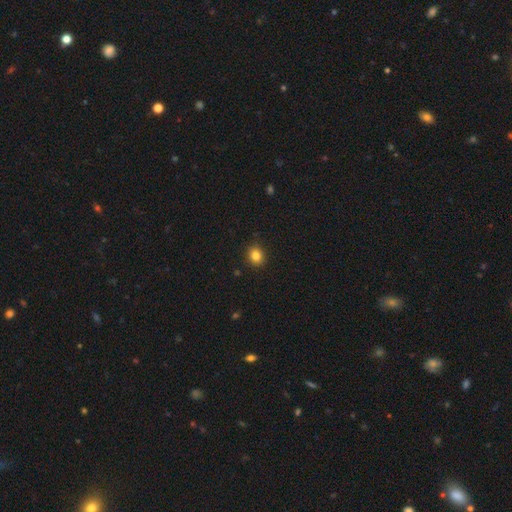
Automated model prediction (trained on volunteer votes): Overall: smooth (84%). How rounded: round (68%; in between 31%). Merging: none (90%).